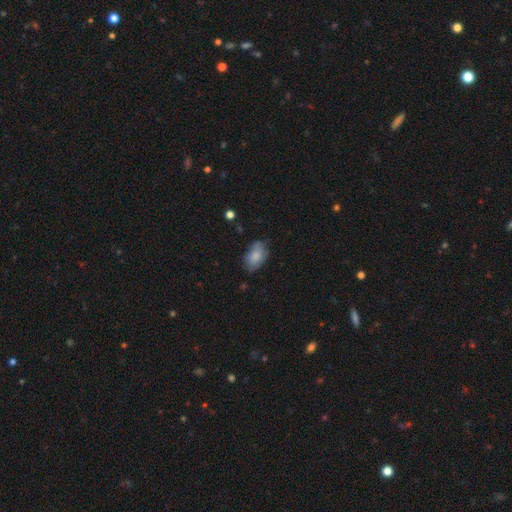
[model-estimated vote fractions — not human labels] Smooth or featured?
  - smooth: 80% *
  - featured or disk: 13%
  - star or artifact: 7%
How rounded?
  - in between: 91% *
  - round: 7%
  - cigar-shaped: 2%
Merging?
  - none: 68% *
  - minor disturbance: 25%
  - major disturbance: 6%
  - merger: 2%